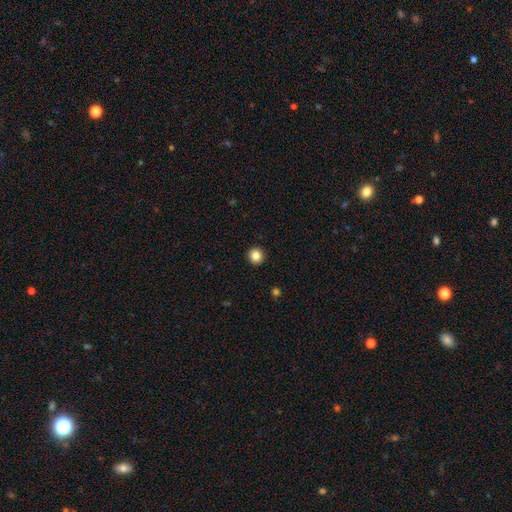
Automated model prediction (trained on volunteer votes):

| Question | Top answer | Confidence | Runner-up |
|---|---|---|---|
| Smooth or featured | smooth | 84% | star or artifact (10%) |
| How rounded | round | 94% | in between (5%) |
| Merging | none | 93% | minor disturbance (4%) |